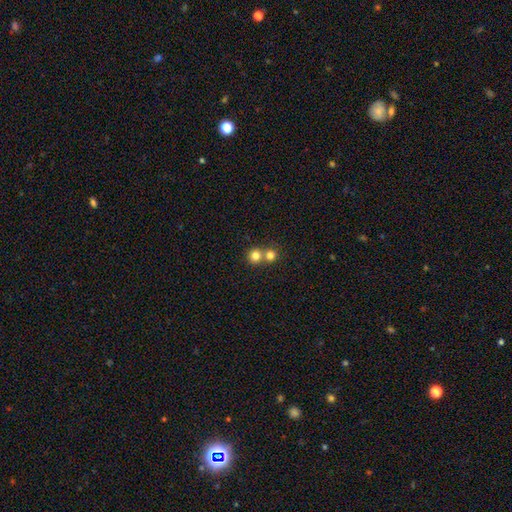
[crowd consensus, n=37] Morphology: type=smooth (95%); roundness=round (94%); merging=merger (50%).